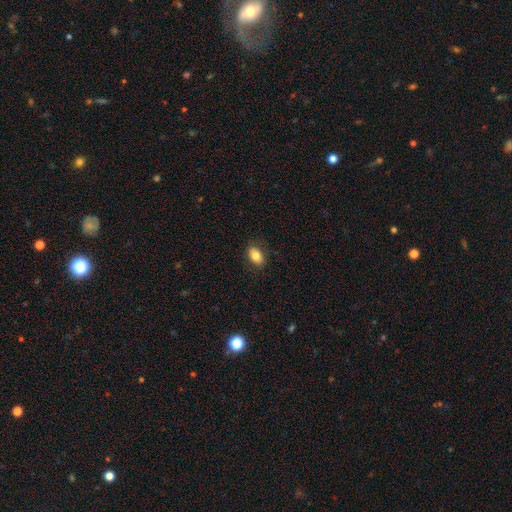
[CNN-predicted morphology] Smooth or featured?
  - smooth: 82% *
  - featured or disk: 10%
  - star or artifact: 8%
How rounded?
  - in between: 89% *
  - round: 9%
  - cigar-shaped: 2%
Merging?
  - none: 86% *
  - minor disturbance: 10%
  - major disturbance: 3%
  - merger: 1%